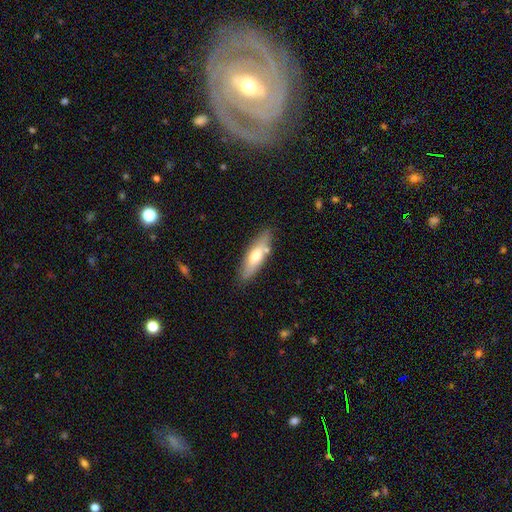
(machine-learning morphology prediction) Smooth or featured?
  - smooth: 59% *
  - featured or disk: 35%
  - star or artifact: 6%
How rounded?
  - cigar-shaped: 53% *
  - in between: 45%
  - round: 2%
Merging?
  - none: 79% *
  - minor disturbance: 13%
  - merger: 5%
  - major disturbance: 3%